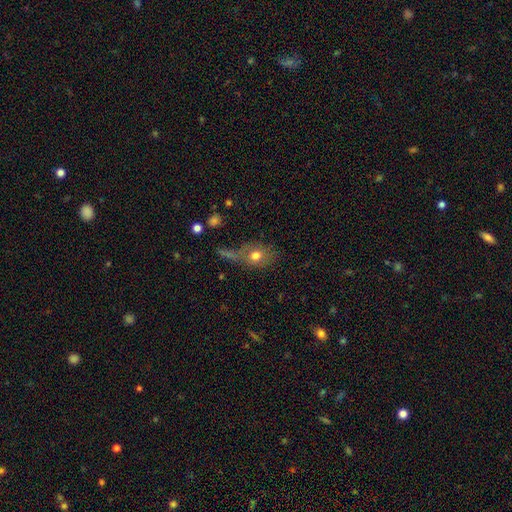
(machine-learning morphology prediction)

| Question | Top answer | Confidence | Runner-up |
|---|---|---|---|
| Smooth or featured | smooth | 71% | featured or disk (17%) |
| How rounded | in between | 54% | round (42%) |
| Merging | none | 46% | minor disturbance (19%) |